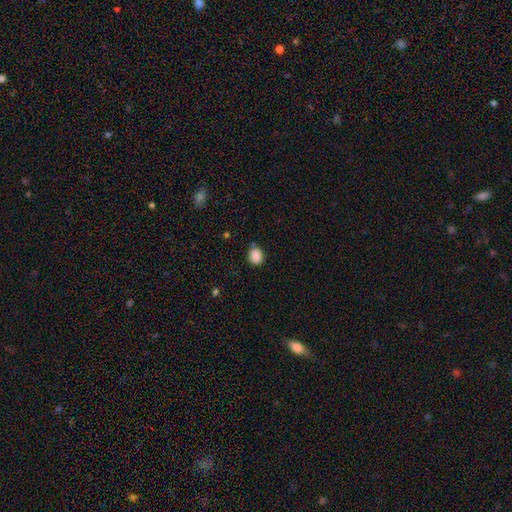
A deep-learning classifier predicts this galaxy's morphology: smooth 87%, star or artifact 9%, featured or disk 4%. Down the decision tree: how rounded — round (74%); merging — none (78%).